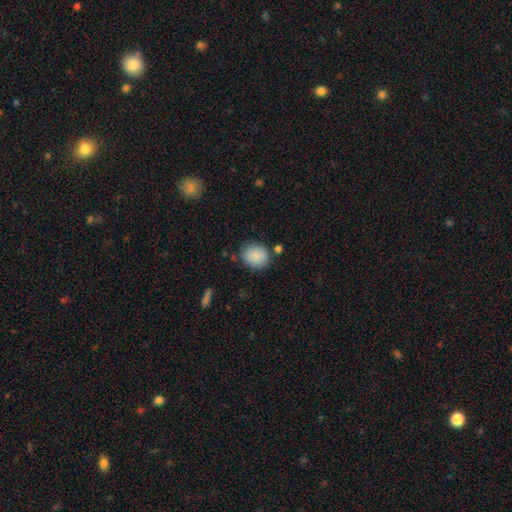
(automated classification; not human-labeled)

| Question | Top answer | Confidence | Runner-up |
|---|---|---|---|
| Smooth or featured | smooth | 88% | star or artifact (7%) |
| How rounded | round | 64% | in between (35%) |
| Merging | none | 77% | minor disturbance (14%) |